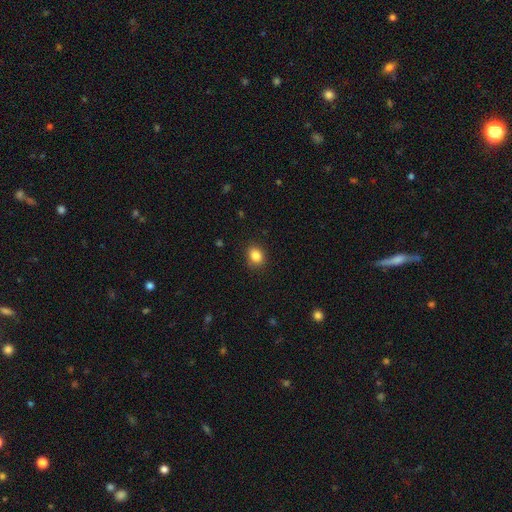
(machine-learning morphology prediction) smooth_or_featured: smooth (p=0.85) [alt: star or artifact p=0.10]
how_rounded: round (p=0.54) [alt: in between p=0.45]
merging: none (p=0.88) [alt: minor disturbance p=0.09]